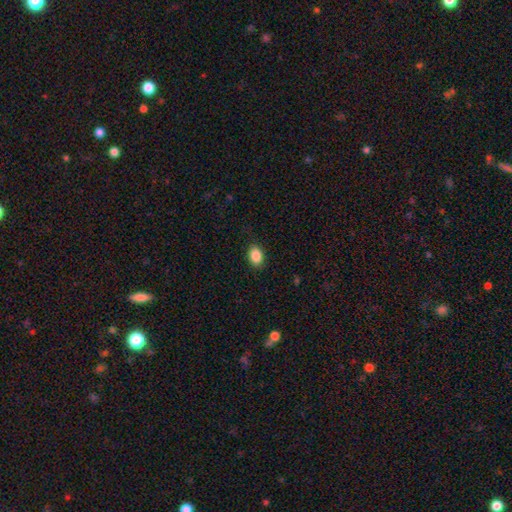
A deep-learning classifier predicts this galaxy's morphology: Overall: smooth (88%). How rounded: in between (80%). Merging: none (87%).